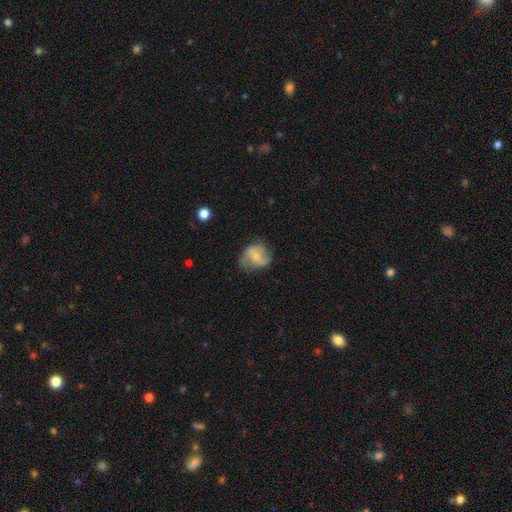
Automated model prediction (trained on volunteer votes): Smooth or featured? featured or disk (48%)
Merging? none (55%)